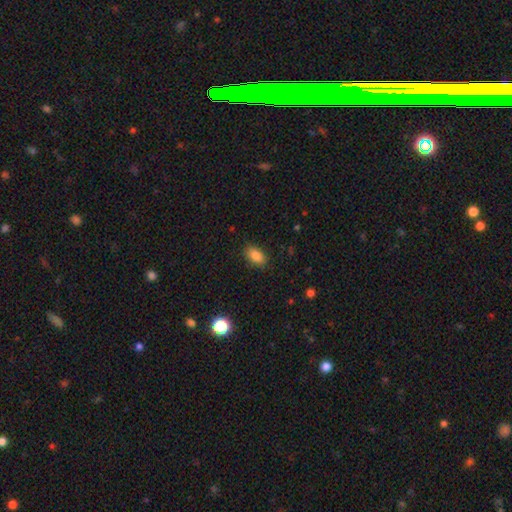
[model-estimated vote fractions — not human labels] Smooth or featured: smooth — 86% (star or artifact — 9%)
How rounded: in between — 90% (round — 7%)
Merging: none — 87% (minor disturbance — 9%)